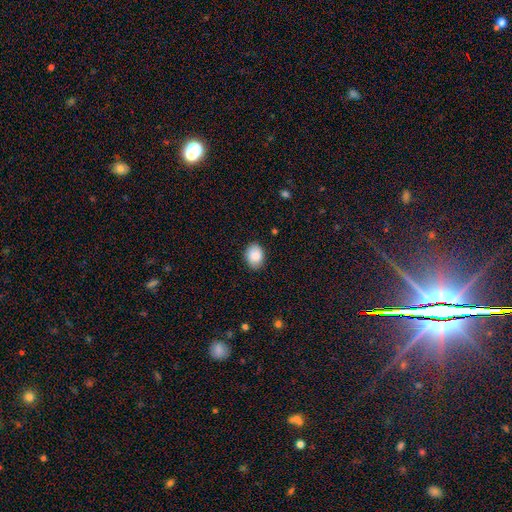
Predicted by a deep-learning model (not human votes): A smooth galaxy with no disk features (85%) that is in between round and cigar-shaped (69%). Merging: none (85%).